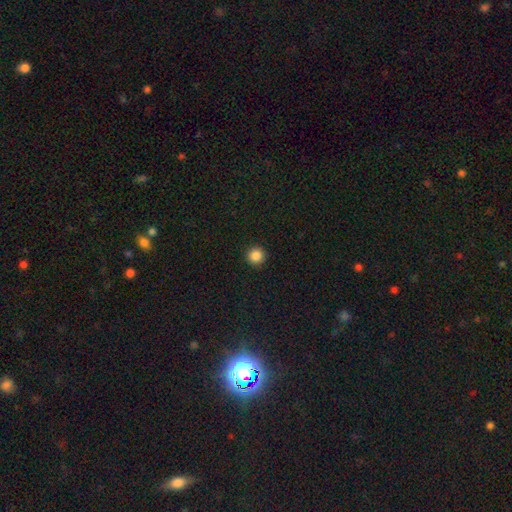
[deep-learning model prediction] This appears to be a smooth galaxy with no disk features (86%) that is round (96%). Merging: none (93%).